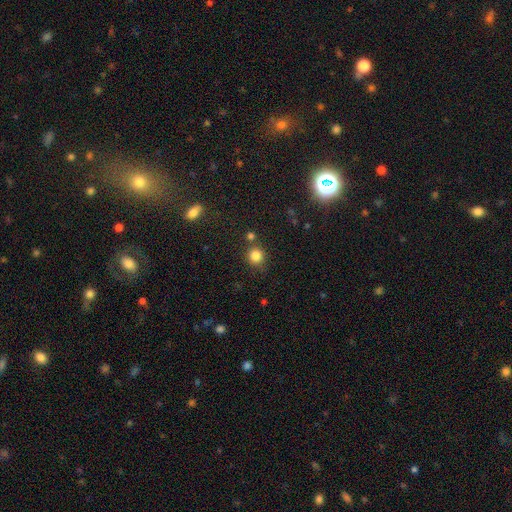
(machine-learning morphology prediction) A smooth galaxy with no disk features (82%) that is round (89%). Merging: none (76%).